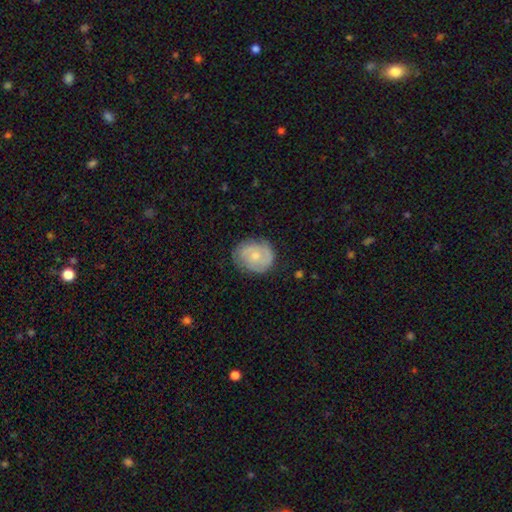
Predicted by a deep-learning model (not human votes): This is possibly a featured or disk galaxy (58%). It is clearly not viewed edge-on (97%). Bar: likely no (75%). Spiral arm pattern: clearly yes (84%). Central bulge: possibly small (55%). Merging: likely none (75%).